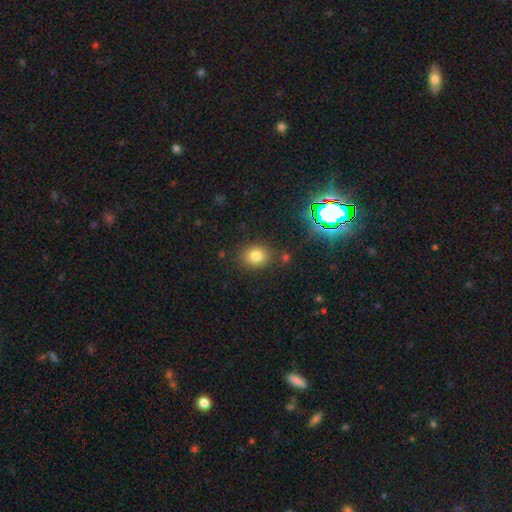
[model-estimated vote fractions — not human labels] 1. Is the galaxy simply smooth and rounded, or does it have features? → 80% smooth, 14% star or artifact, 7% featured or disk.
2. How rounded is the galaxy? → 55% round, 44% in between, 1% cigar-shaped.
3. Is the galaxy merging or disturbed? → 81% none, 11% minor disturbance, 4% merger, 4% major disturbance.